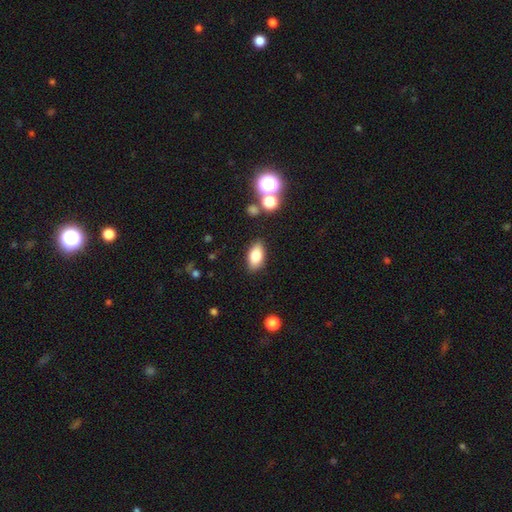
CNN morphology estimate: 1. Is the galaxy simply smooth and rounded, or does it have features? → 78% smooth, 13% featured or disk, 9% star or artifact.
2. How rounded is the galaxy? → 89% in between, 6% round, 5% cigar-shaped.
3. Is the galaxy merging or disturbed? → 85% none, 10% minor disturbance, 3% merger, 3% major disturbance.